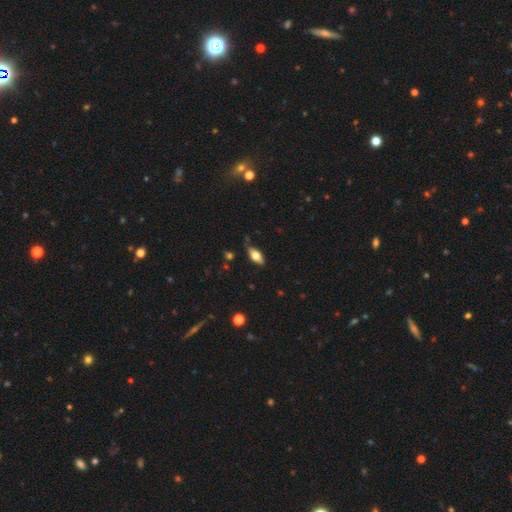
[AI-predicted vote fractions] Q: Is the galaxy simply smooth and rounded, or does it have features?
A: smooth — 63%.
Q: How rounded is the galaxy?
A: in between — 83%.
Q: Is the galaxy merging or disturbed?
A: none — 81%.